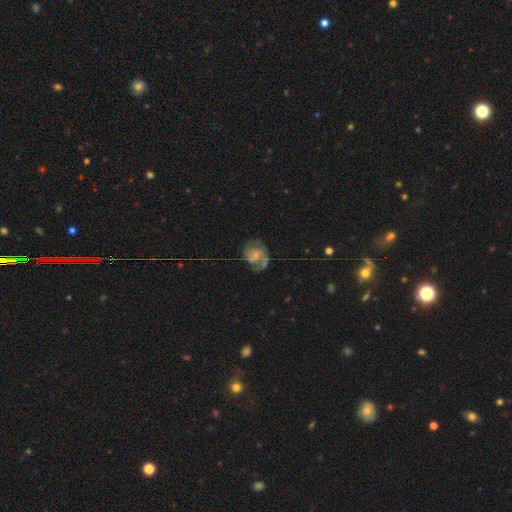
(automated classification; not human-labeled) The model was most divided on "spiral winding": medium: 43%, tight: 30%, loose: 27%. Remaining: edge-on disk — no (98%); spiral arms — yes (80%); bar — no (67%); smooth or featured — featured or disk (66%); bulge size — small (61%); merging — none (46%); spiral arm count — 2 (44%).